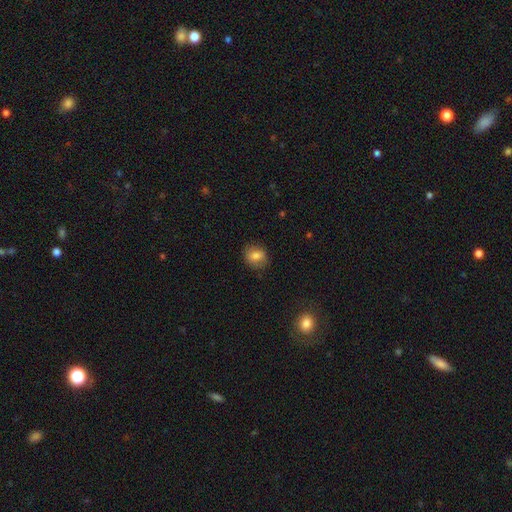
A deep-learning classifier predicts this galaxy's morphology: Overall: smooth (79%). How rounded: round (67%; in between 32%). Merging: none (82%).